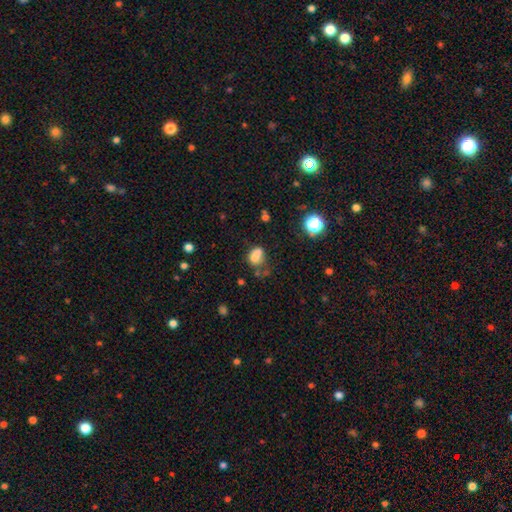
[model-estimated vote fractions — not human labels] A smooth galaxy with no disk features (70%) that is in between round and cigar-shaped (60%).

Vote fractions:
- Smooth or featured? smooth: 70% / featured or disk: 15% / star or artifact: 15%
- How rounded? in between: 60% / round: 38% / cigar-shaped: 2%
- Merging? merger: 34% / none: 33% / minor disturbance: 20% / major disturbance: 13%